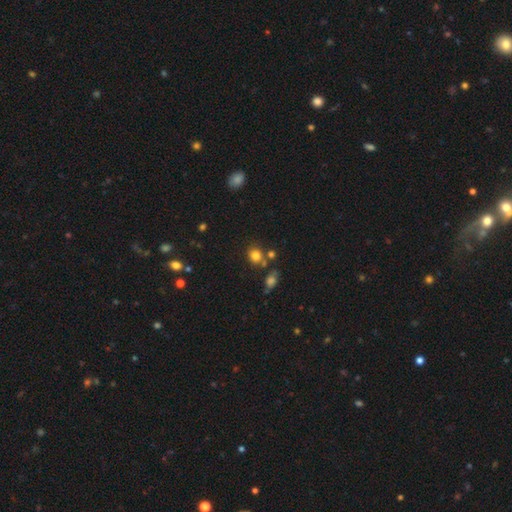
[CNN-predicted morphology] This is likely a smooth galaxy (79%). How rounded: likely round (77%). Merging: likely none (70%).